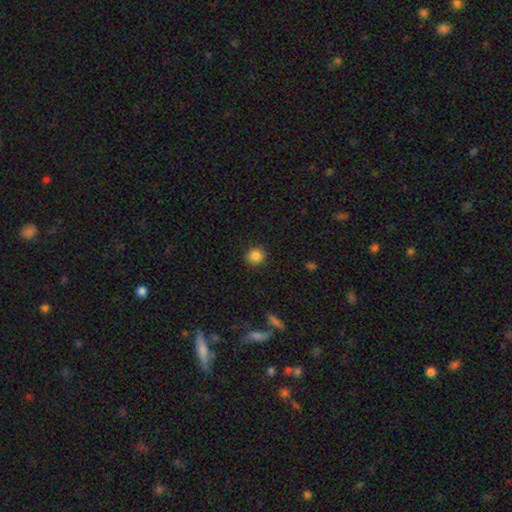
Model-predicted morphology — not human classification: Smooth or featured? Predicted: smooth (p=0.85). How rounded? Predicted: round (p=0.91). Merging? Predicted: none (p=0.91).